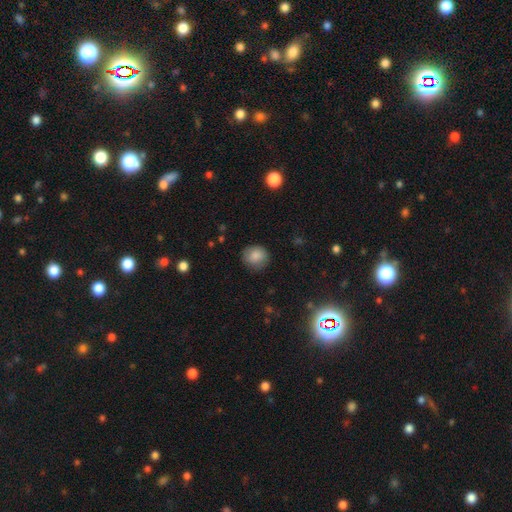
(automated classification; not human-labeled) smooth 85%, star or artifact 9%, featured or disk 6%. Down the decision tree: how rounded — round (86%); merging — none (85%).